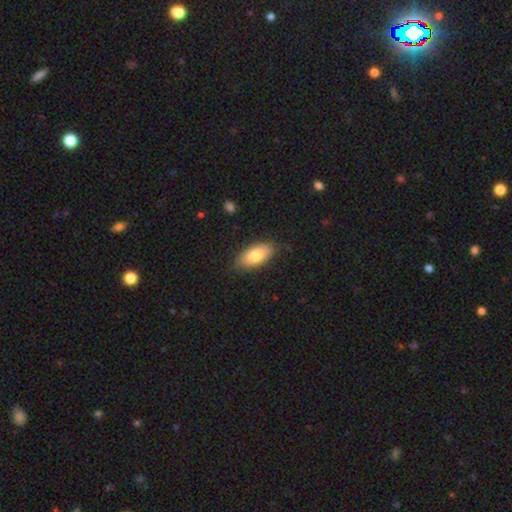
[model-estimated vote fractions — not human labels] Smooth or featured: smooth — 79% (featured or disk — 15%)
How rounded: in between — 91% (cigar-shaped — 6%)
Merging: none — 81% (minor disturbance — 15%)